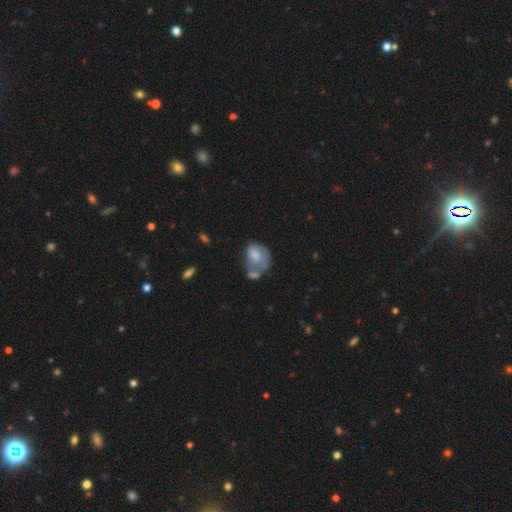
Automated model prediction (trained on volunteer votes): A smooth galaxy with no disk features (60%) that is in between round and cigar-shaped (69%). Merging: merger (34%).